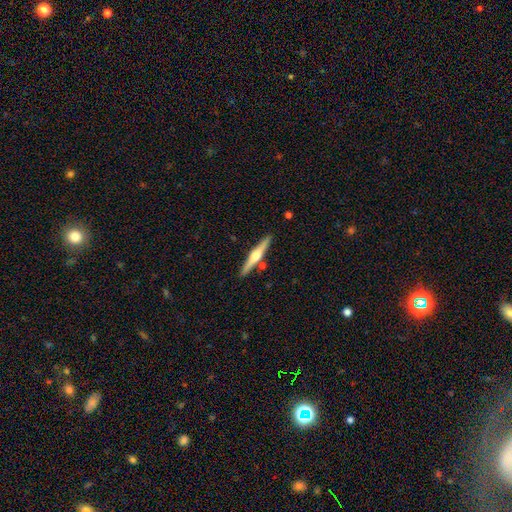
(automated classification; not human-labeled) Morphology: type=featured or disk (66%); edge-on=yes (98%); edge-on bulge=rounded (92%); merging=none (87%).